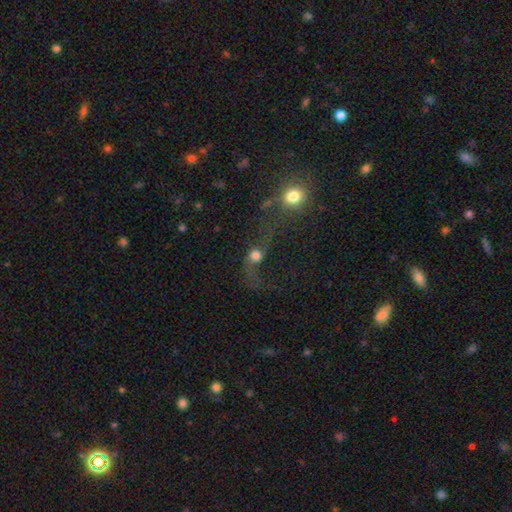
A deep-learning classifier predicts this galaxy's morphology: smooth-or-featured: featured or disk: 45% | smooth: 38% | star or artifact: 17%
  merging: none: 33% | major disturbance: 32% | merger: 23% | minor disturbance: 12%